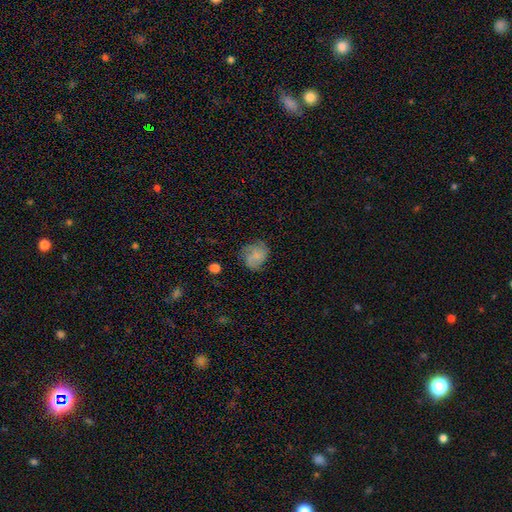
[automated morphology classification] A smooth galaxy with no disk features (61%) that is round (70%). Merging: none (66%).